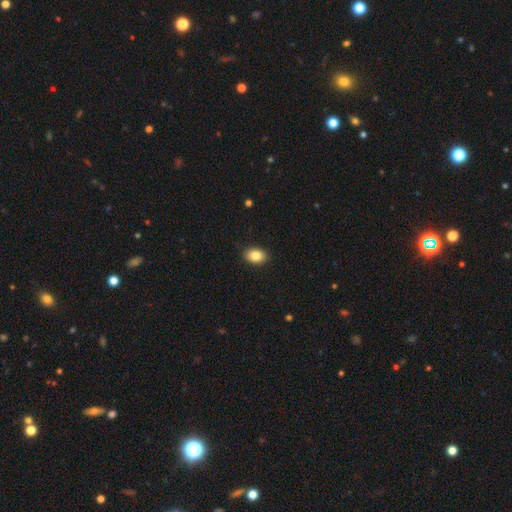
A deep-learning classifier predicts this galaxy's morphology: Smooth or featured? Predicted: smooth (p=0.85). How rounded? Predicted: in between (p=0.77). Merging? Predicted: none (p=0.90).